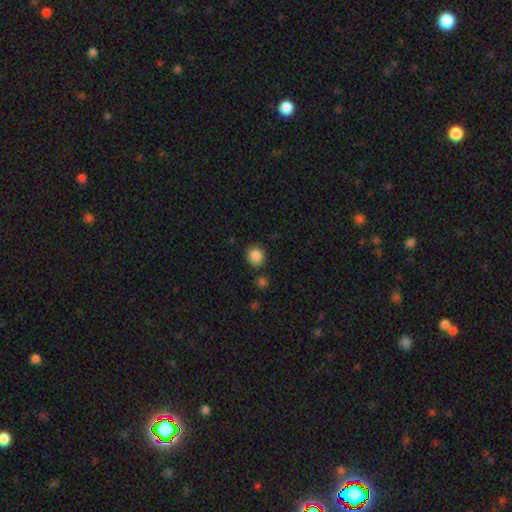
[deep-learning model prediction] Smooth or featured?
  - smooth: 86% *
  - star or artifact: 9%
  - featured or disk: 4%
How rounded?
  - round: 79% *
  - in between: 21%
  - cigar-shaped: 1%
Merging?
  - none: 84% *
  - minor disturbance: 10%
  - merger: 4%
  - major disturbance: 3%